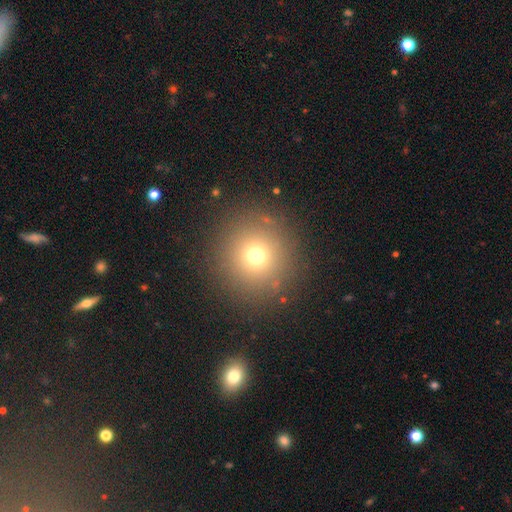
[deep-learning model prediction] A smooth galaxy with no disk features (70%) that is round (95%). Merging: none (88%).